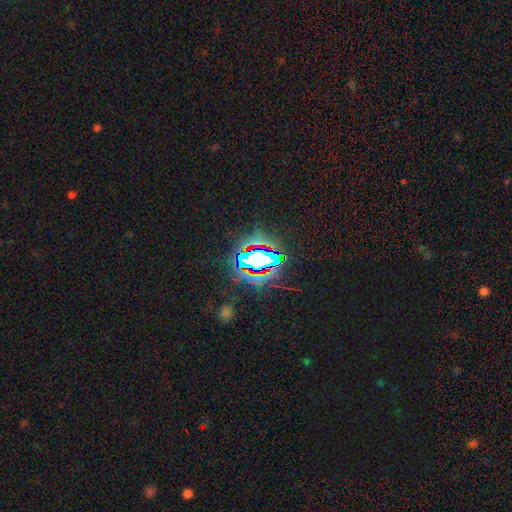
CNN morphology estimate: The model was most divided on "smooth or featured": star or artifact: 83%, smooth: 10%, featured or disk: 7%.